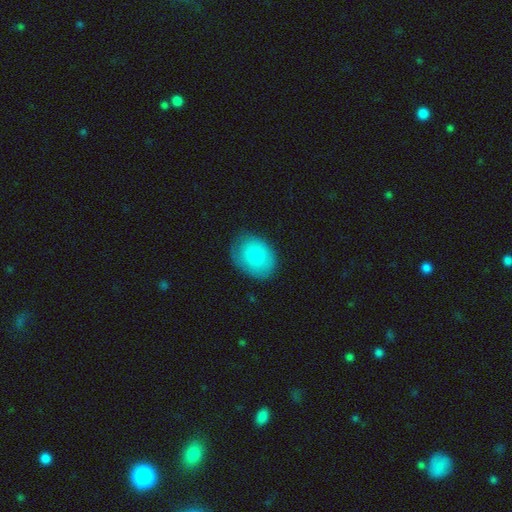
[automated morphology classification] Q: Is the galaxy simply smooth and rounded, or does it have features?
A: smooth — 79%.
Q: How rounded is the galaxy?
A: in between — 71%.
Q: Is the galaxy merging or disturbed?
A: none — 72%.